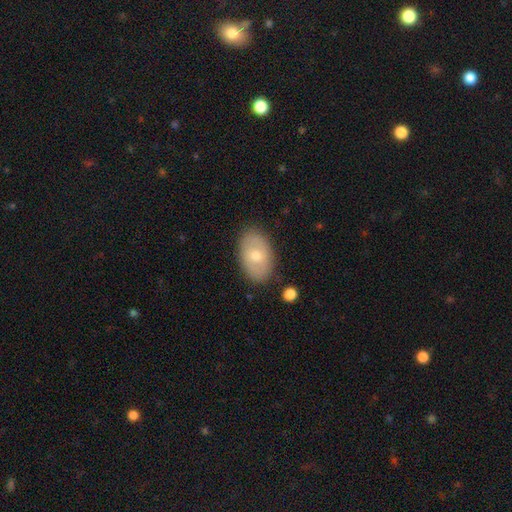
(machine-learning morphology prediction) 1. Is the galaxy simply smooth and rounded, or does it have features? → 62% smooth, 31% featured or disk, 7% star or artifact.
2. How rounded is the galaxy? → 90% in between, 8% round, 1% cigar-shaped.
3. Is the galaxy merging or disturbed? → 85% none, 11% minor disturbance, 3% major disturbance, 2% merger.